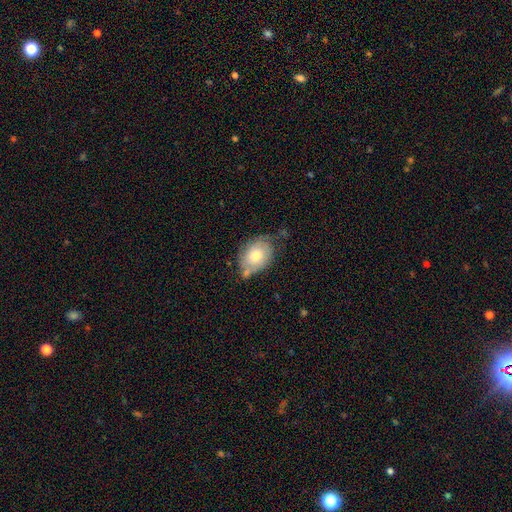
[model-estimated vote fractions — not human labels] A smooth galaxy with no disk features (59%) that is in between round and cigar-shaped (76%).

Vote fractions:
- Smooth or featured? smooth: 59% / featured or disk: 34% / star or artifact: 7%
- How rounded? in between: 76% / round: 23% / cigar-shaped: 1%
- Merging? none: 47% / minor disturbance: 31% / major disturbance: 11% / merger: 11%